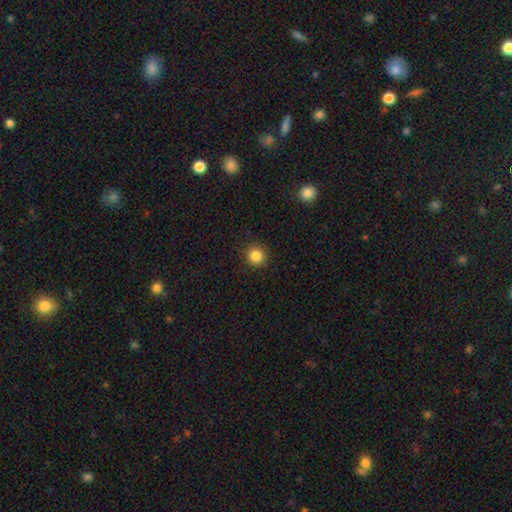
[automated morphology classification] smooth-or-featured: smooth: 85% | star or artifact: 11% | featured or disk: 4%
  how-rounded: round: 94% | in between: 5% | cigar-shaped: 1%
  merging: none: 91% | minor disturbance: 6% | major disturbance: 2% | merger: 1%